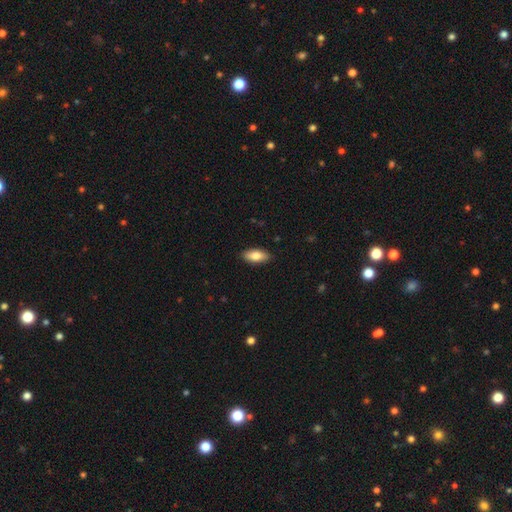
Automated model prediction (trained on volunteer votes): A smooth galaxy with no disk features (83%) that is in between round and cigar-shaped (86%).

Vote fractions:
- Smooth or featured? smooth: 83% / featured or disk: 11% / star or artifact: 6%
- How rounded? in between: 86% / cigar-shaped: 12% / round: 2%
- Merging? none: 89% / minor disturbance: 9% / major disturbance: 2% / merger: 1%